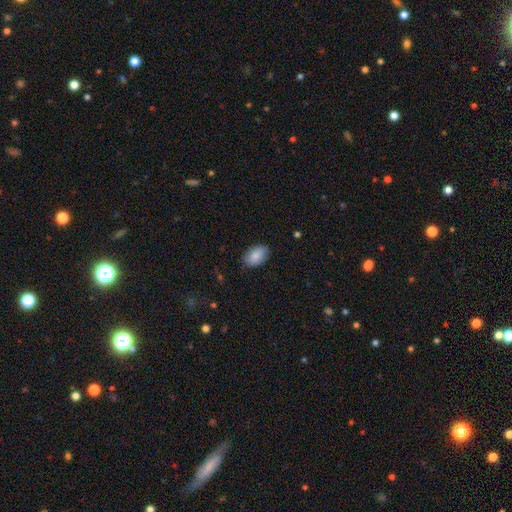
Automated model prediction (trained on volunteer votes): This appears to be a smooth galaxy with no disk features (87%) that is in between round and cigar-shaped (92%). Merging: none (83%).